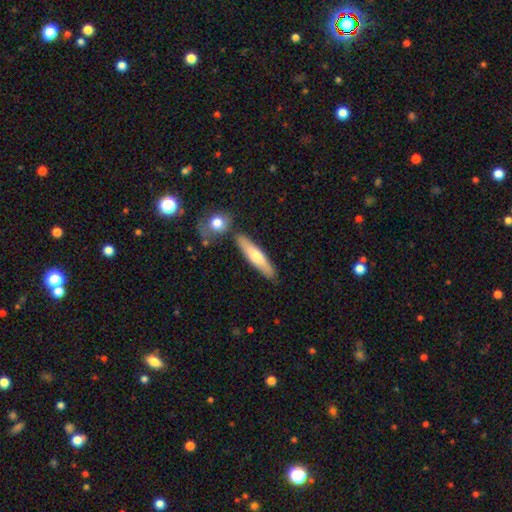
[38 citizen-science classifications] Overall: featured or disk (47%; smooth 45%). Edge-on disk: yes (94%). Edge-on bulge: rounded (65%). Merging: none (83%).